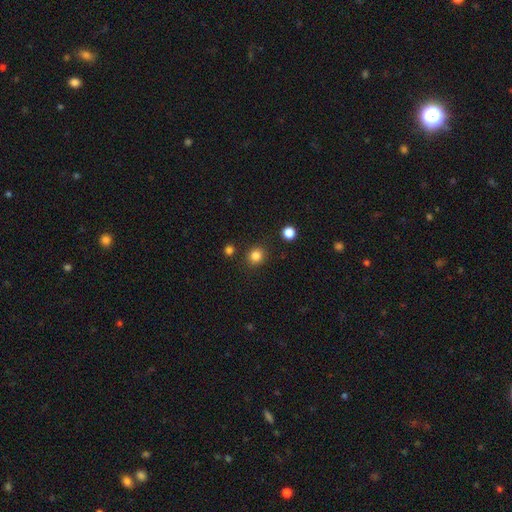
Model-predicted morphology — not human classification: A smooth galaxy with no disk features (83%) that is round (87%).

Vote fractions:
- Smooth or featured? smooth: 83% / star or artifact: 13% / featured or disk: 4%
- How rounded? round: 87% / in between: 12% / cigar-shaped: 1%
- Merging? none: 88% / minor disturbance: 7% / merger: 3% / major disturbance: 2%